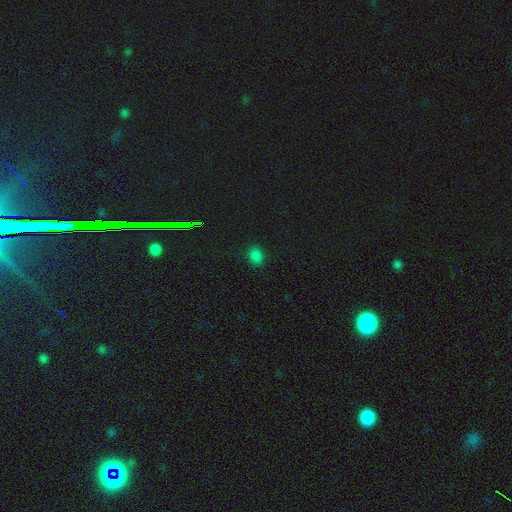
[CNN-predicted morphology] smooth 79%, star or artifact 18%, featured or disk 3%. Down the decision tree: how rounded — in between (71%); merging — none (86%).